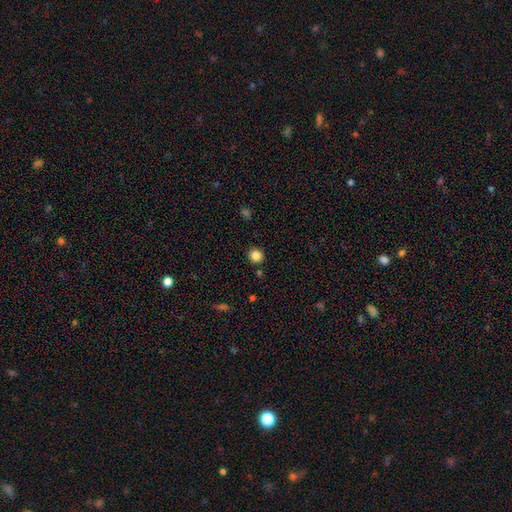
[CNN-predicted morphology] Overall: smooth (84%). How rounded: round (91%). Merging: none (90%).